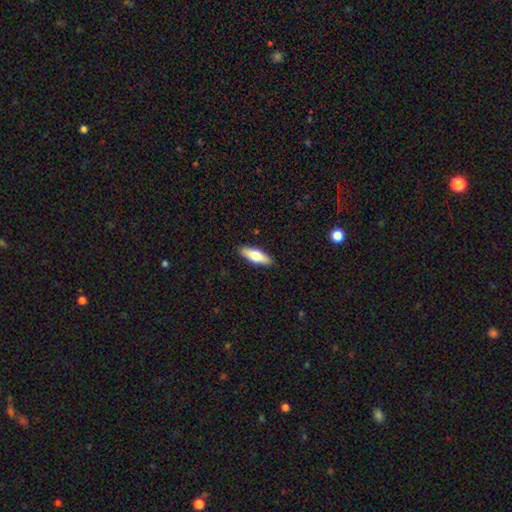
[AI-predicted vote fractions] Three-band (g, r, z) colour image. It shows a smooth galaxy with no disk features (64%) that is in between round and cigar-shaped (53%). Merging: none (90%).